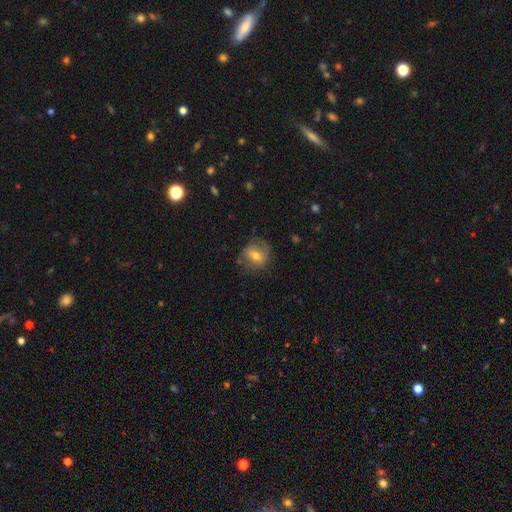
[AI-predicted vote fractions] The model was most divided on "smooth or featured": smooth: 51%, featured or disk: 39%, star or artifact: 9%. More confident: merging — none (66%); how rounded — round (66%).